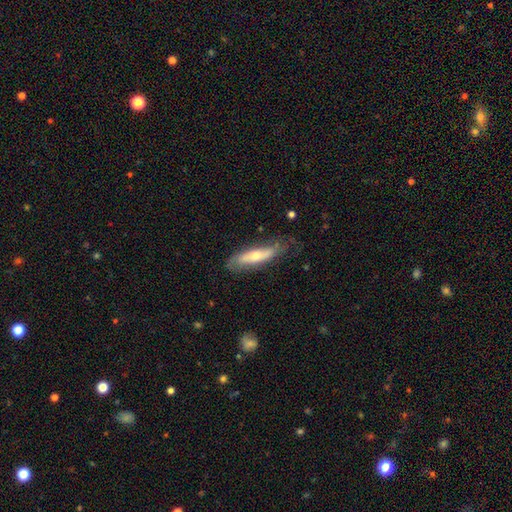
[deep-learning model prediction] Smooth or featured? Predicted: featured or disk (p=0.50). Edge-on disk? Predicted: yes (p=0.50, tied with no). Merging? Predicted: none (p=0.65).